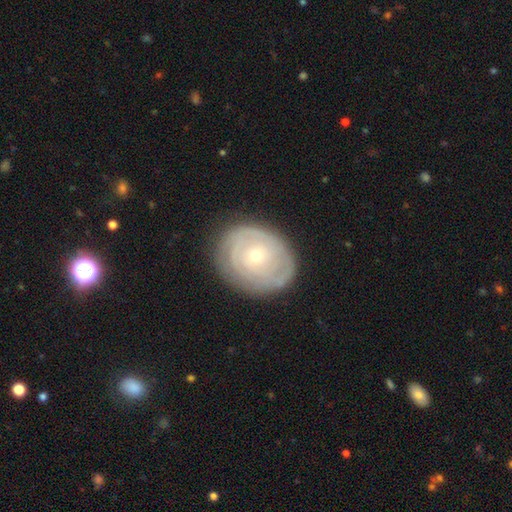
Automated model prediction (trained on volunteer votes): Q: Smooth or featured?
A: featured or disk (66%); runner-up: smooth (28%)
Q: Edge-on disk?
A: no (97%); runner-up: yes (3%)
Q: Bar?
A: no (82%); runner-up: weak (15%)
Q: Spiral arms?
A: yes (76%); runner-up: no (24%)
Q: Bulge size?
A: small (64%); runner-up: moderate (32%)
Q: Merging?
A: none (79%); runner-up: minor disturbance (15%)